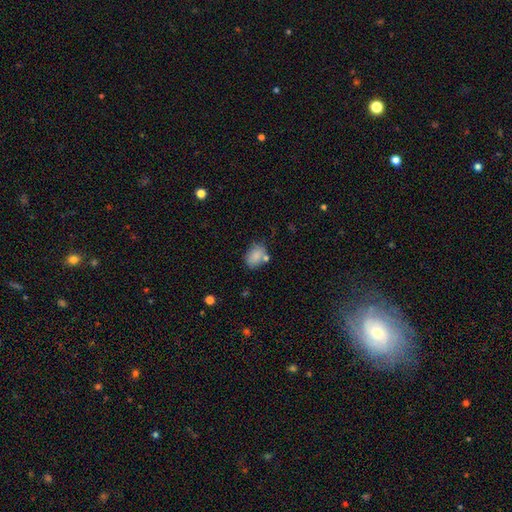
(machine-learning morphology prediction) Smooth or featured? smooth (83%)
How rounded? in between (75%)
Merging? none (64%)